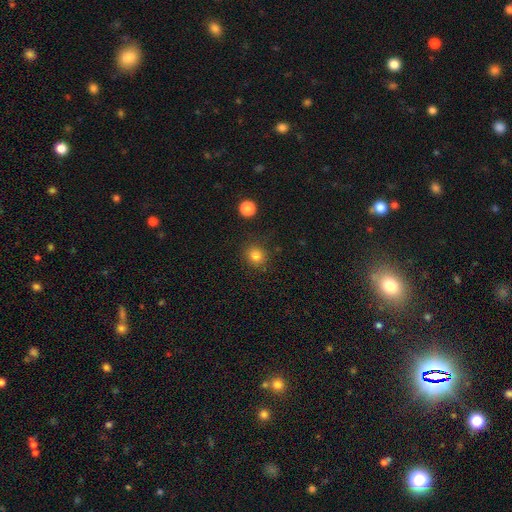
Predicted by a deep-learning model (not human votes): The model was most divided on "how rounded": round: 82%, in between: 17%, cigar-shaped: 1%. More confident: merging — none (84%); smooth or featured — smooth (83%).